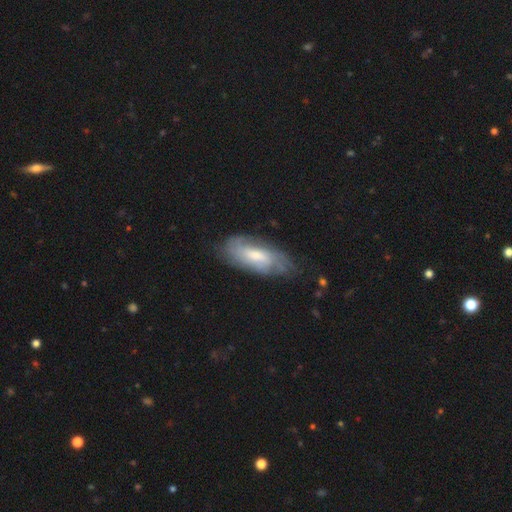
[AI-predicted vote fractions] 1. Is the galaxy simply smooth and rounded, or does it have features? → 61% featured or disk, 32% smooth, 6% star or artifact.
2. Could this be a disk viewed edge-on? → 88% no, 12% yes.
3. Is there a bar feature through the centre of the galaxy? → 50% no, 41% weak, 9% strong.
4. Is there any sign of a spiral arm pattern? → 84% yes, 16% no.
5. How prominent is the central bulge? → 47% moderate, 36% small, 10% large, 6% none, 1% dominant.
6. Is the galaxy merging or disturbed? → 69% none, 21% minor disturbance, 8% major disturbance, 1% merger.